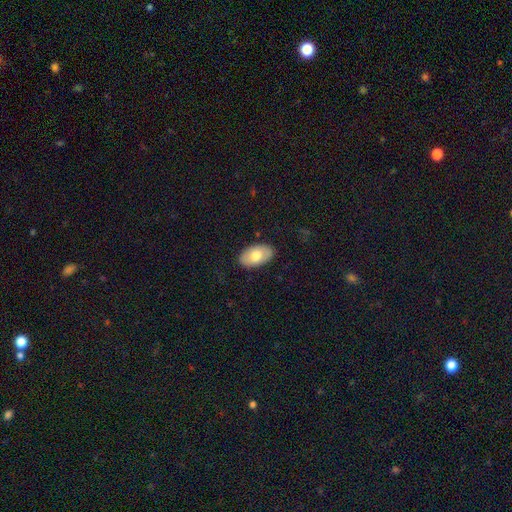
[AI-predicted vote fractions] Smooth or featured? smooth (68%)
How rounded? in between (93%)
Merging? none (87%)